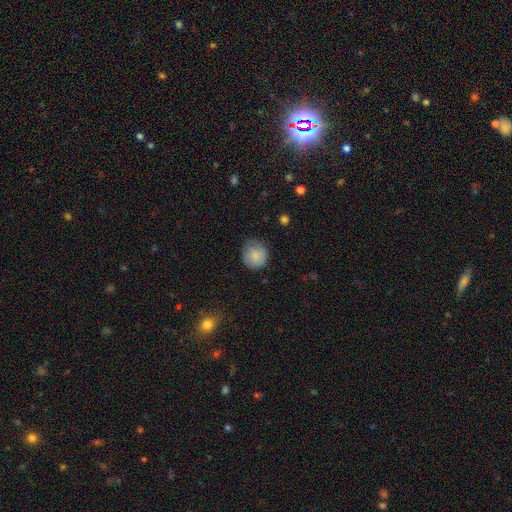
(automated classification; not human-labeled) Smooth or featured?
  - smooth: 84% *
  - featured or disk: 9%
  - star or artifact: 8%
How rounded?
  - round: 86% *
  - in between: 14%
  - cigar-shaped: 1%
Merging?
  - none: 67% *
  - minor disturbance: 26%
  - major disturbance: 6%
  - merger: 1%